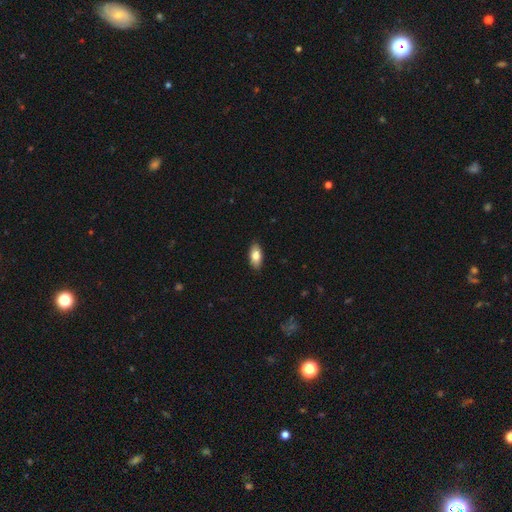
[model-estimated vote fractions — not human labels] A smooth galaxy with no disk features (81%) that is in between round and cigar-shaped (91%). Merging: none (89%).